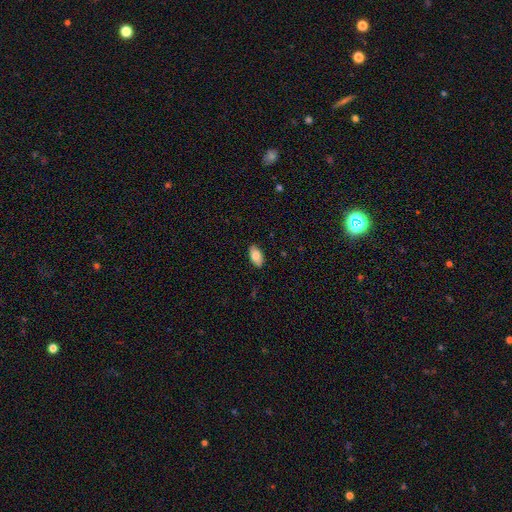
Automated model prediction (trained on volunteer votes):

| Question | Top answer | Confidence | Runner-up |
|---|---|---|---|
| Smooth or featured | smooth | 81% | featured or disk (12%) |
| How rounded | in between | 94% | round (3%) |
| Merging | none | 86% | minor disturbance (11%) |